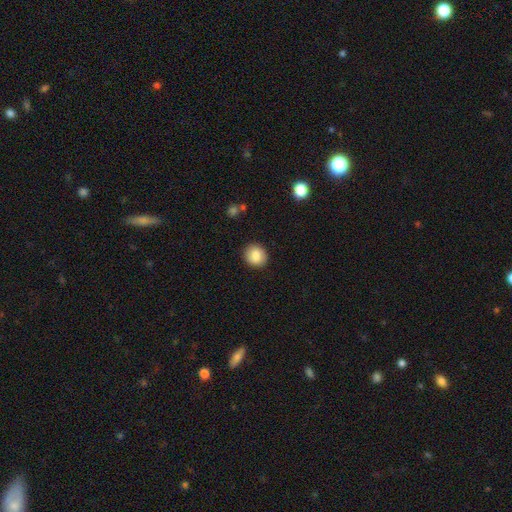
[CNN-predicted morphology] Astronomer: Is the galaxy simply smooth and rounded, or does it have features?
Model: smooth — 85%.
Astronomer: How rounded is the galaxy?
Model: round — 78%.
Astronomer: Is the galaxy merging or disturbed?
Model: none — 89%.